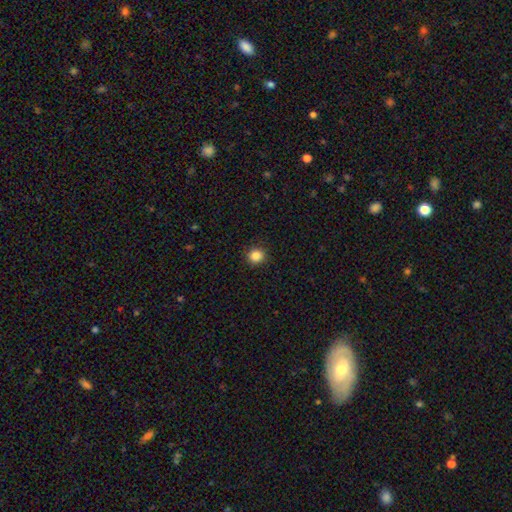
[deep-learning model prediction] Overall: smooth (86%). How rounded: round (90%). Merging: none (91%).